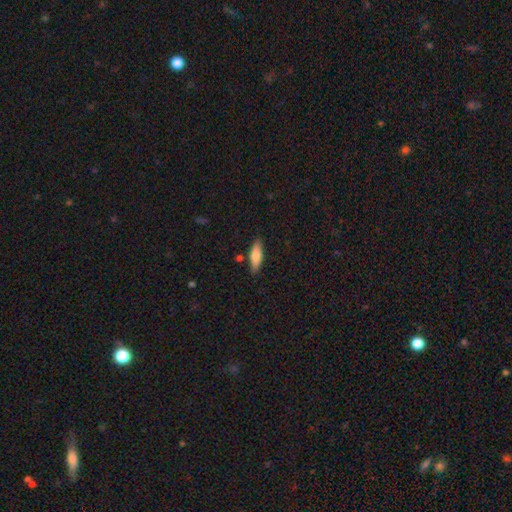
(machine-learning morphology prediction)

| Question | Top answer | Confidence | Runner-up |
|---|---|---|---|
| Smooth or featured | smooth | 73% | featured or disk (21%) |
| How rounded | cigar-shaped | 51% | in between (47%) |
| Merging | none | 83% | minor disturbance (11%) |